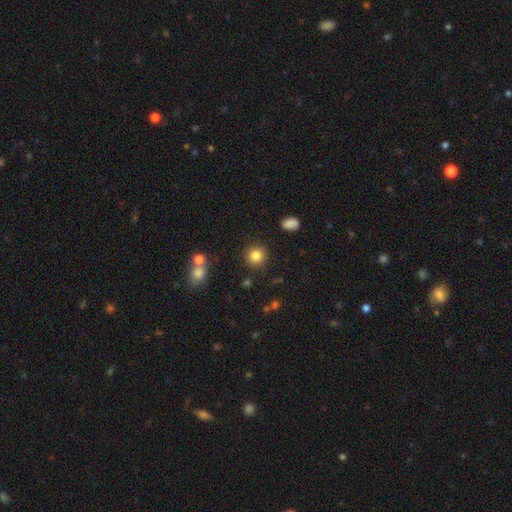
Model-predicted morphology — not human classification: Smooth or featured: smooth — 83% (star or artifact — 11%)
How rounded: round — 92% (in between — 8%)
Merging: none — 88% (minor disturbance — 7%)